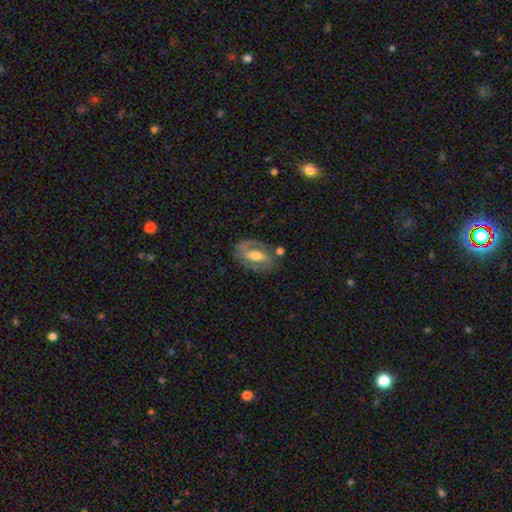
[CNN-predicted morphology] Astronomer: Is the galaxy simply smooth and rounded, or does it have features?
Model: featured or disk — 77%.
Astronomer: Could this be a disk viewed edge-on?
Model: no — 93%.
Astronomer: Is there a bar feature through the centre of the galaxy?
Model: strong — 44% (runner-up: weak, 35%).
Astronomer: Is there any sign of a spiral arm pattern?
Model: yes — 81%.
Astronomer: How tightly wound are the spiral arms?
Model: medium — 46% (runner-up: tight, 38%).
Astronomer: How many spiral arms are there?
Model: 2 — 81%.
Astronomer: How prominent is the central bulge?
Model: moderate — 62%.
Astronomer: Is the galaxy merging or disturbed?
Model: none — 71%.